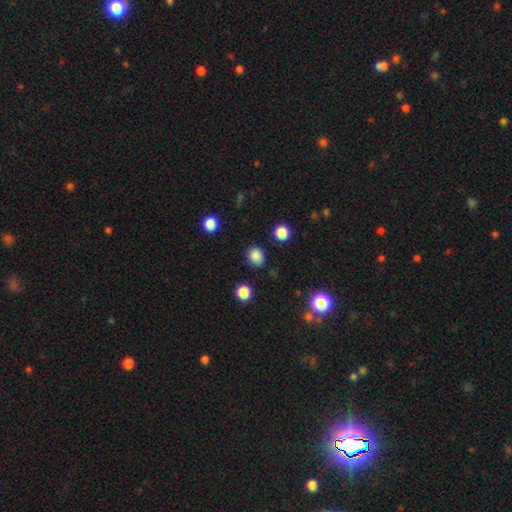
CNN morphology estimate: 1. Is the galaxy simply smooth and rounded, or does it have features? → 84% smooth, 13% star or artifact, 4% featured or disk.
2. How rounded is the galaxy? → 71% round, 28% in between, 1% cigar-shaped.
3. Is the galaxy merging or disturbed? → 85% none, 10% minor disturbance, 3% major disturbance, 2% merger.